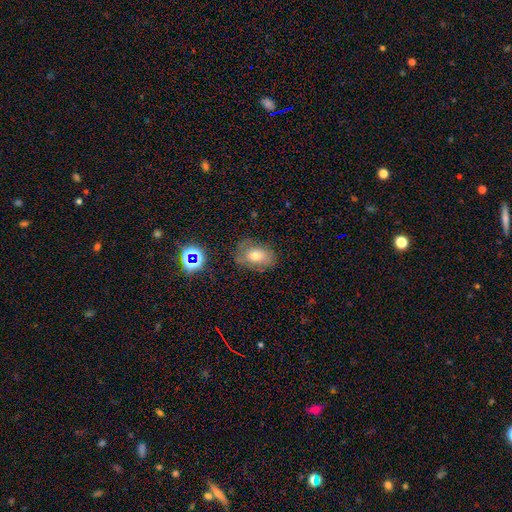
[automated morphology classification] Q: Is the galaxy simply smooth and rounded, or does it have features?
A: smooth — 62%.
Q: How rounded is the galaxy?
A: in between — 79%.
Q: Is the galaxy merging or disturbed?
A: none — 64%.